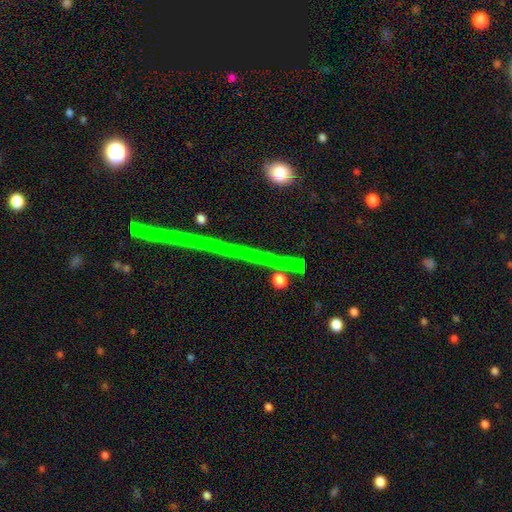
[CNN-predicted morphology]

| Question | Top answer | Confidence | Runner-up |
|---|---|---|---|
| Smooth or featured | star or artifact | 68% | featured or disk (18%) |